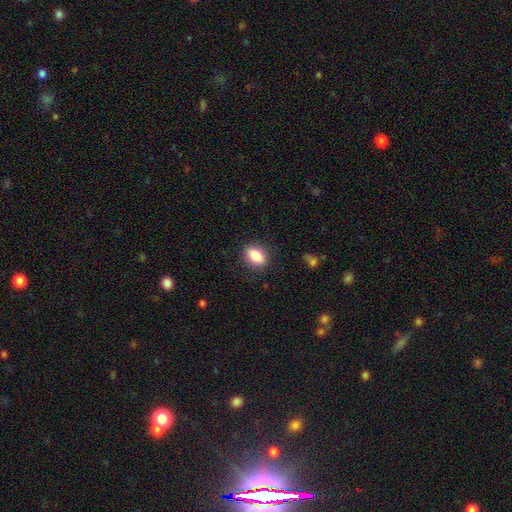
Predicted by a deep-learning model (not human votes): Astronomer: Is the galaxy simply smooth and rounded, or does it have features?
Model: smooth — 81%.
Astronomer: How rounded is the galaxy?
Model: in between — 79%.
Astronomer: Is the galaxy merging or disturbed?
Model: none — 86%.